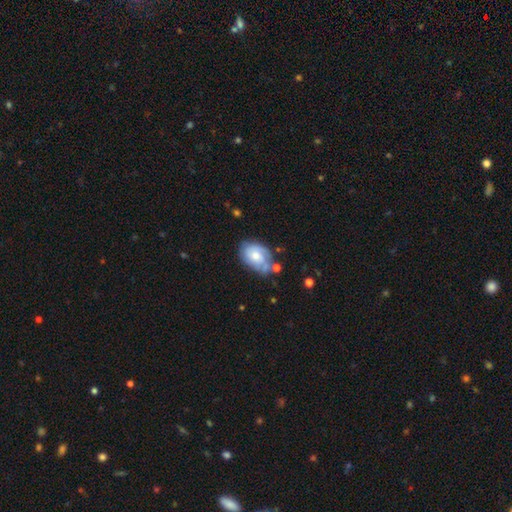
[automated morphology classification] smooth-or-featured: smooth: 49% | featured or disk: 44% | star or artifact: 7%
  merging: none: 48% | minor disturbance: 30% | merger: 11% | major disturbance: 11%